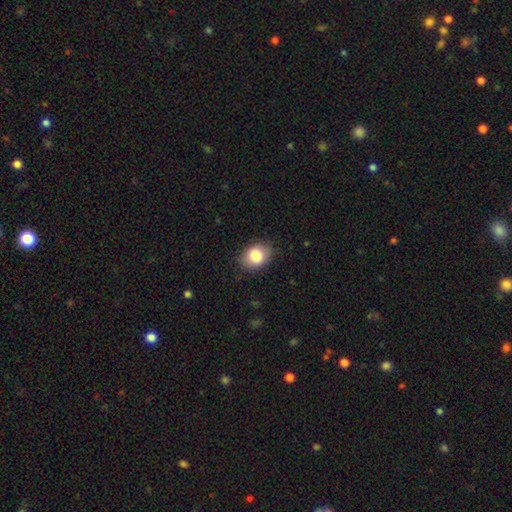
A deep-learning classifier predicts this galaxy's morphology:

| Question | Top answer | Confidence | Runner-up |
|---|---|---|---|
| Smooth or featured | smooth | 84% | featured or disk (8%) |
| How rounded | in between | 68% | round (31%) |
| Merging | none | 85% | minor disturbance (12%) |